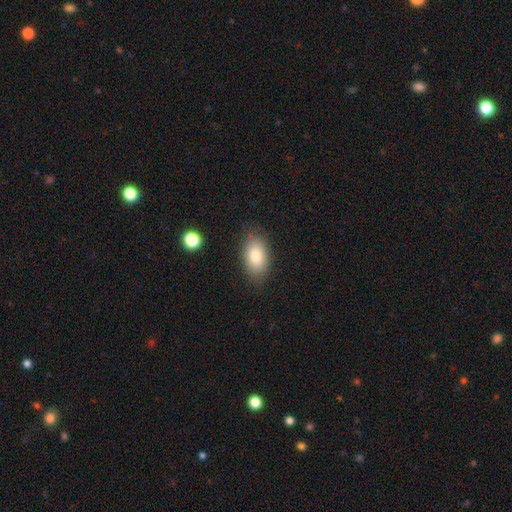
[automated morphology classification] smooth 80%, featured or disk 12%, star or artifact 8%. Down the decision tree: how rounded — in between (92%); merging — none (83%).